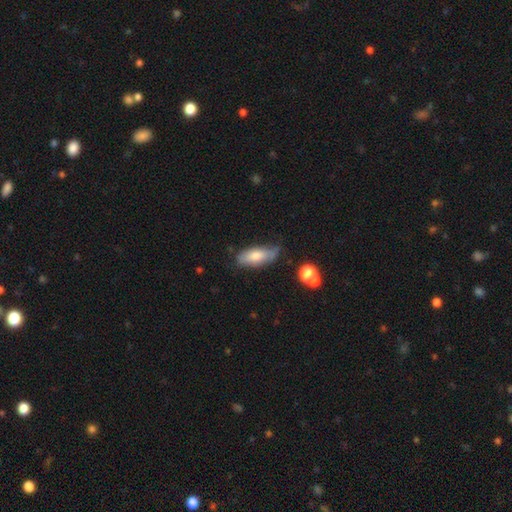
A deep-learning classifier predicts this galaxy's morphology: smooth 70%, featured or disk 23%, star or artifact 7%. Down the decision tree: how rounded — in between (78%); merging — none (57%).